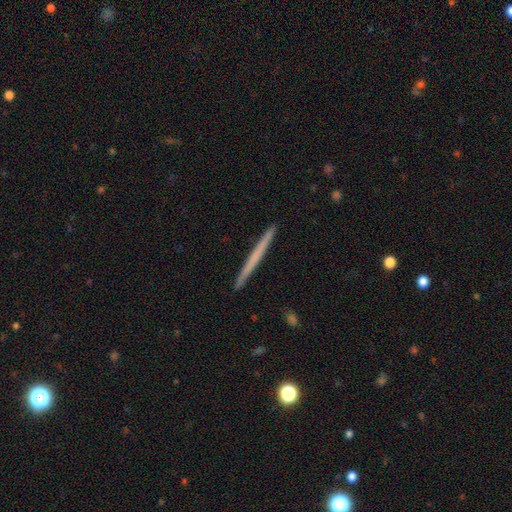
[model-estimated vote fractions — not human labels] Q: Smooth or featured?
A: smooth (49%); runner-up: featured or disk (46%)
Q: Merging?
A: none (93%); runner-up: minor disturbance (5%)